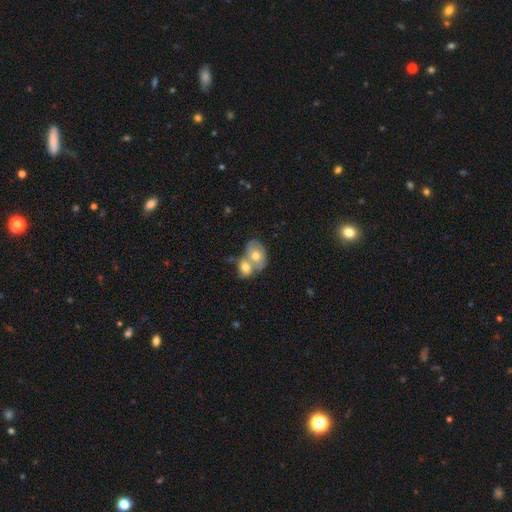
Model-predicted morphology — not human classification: Smooth or featured? Predicted: smooth (p=0.60). How rounded? Predicted: in between (p=0.63). Merging? Predicted: merger (p=0.71).